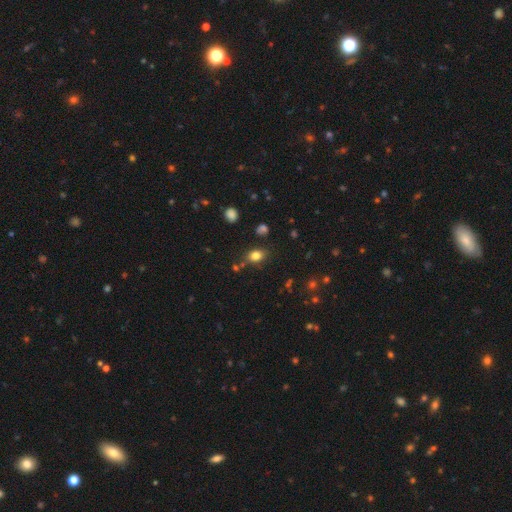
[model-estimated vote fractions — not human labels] smooth 80%, star or artifact 13%, featured or disk 7%. Down the decision tree: how rounded — in between (69%); merging — none (77%).